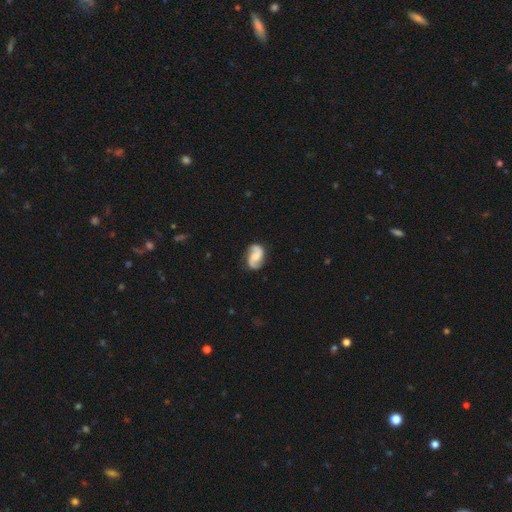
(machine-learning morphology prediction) This is clearly a featured or disk galaxy (82%). It is clearly not viewed edge-on (98%). Bar: possibly no (52%). Spiral arm pattern: clearly yes (97%). Spiral arm count: clearly 2 (93%). Spiral winding: marginally loose (44%). Central bulge: marginally moderate (34%). Merging: clearly none (80%).